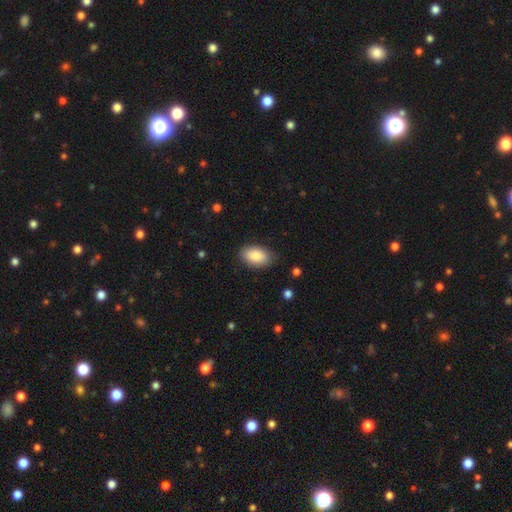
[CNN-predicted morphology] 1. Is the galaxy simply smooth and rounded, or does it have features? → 87% smooth, 6% featured or disk, 6% star or artifact.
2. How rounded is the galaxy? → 93% in between, 5% round, 2% cigar-shaped.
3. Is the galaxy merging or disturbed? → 83% none, 13% minor disturbance, 3% major disturbance, 1% merger.